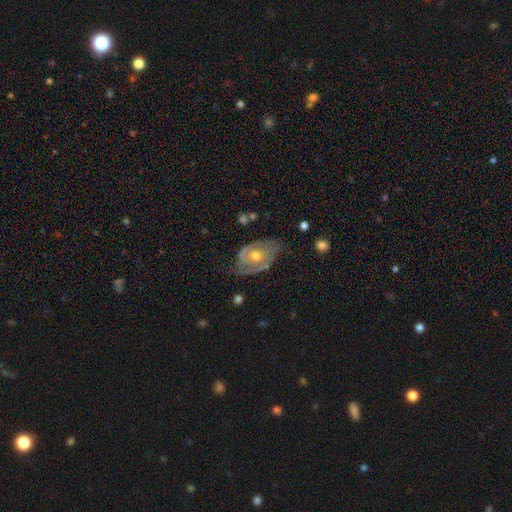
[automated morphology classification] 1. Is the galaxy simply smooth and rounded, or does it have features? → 77% featured or disk, 17% smooth, 6% star or artifact.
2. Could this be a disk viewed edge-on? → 94% no, 6% yes.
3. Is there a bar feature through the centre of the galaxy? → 73% no, 22% weak, 6% strong.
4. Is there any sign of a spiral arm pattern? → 81% yes, 19% no.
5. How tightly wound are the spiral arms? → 45% tight, 38% medium, 17% loose.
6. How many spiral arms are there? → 64% 2, 19% can't tell, 9% 1, 4% 3, 2% 4, 2% more than 4.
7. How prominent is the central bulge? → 73% moderate, 20% small, 4% large, 1% none, 1% dominant.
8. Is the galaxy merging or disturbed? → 58% none, 27% minor disturbance, 12% major disturbance, 2% merger.